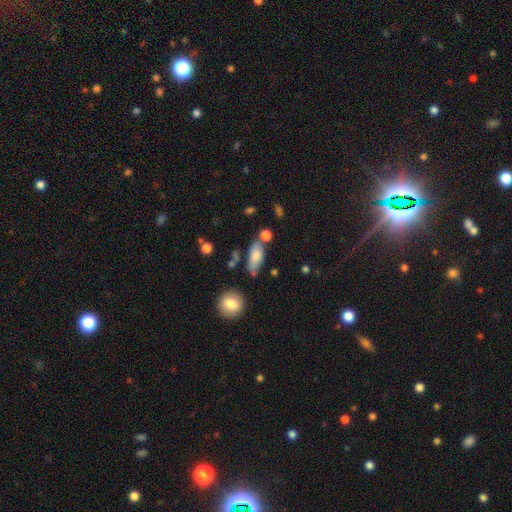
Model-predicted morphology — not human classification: Overall: smooth (75%). How rounded: in between (79%). Merging: none (61%).